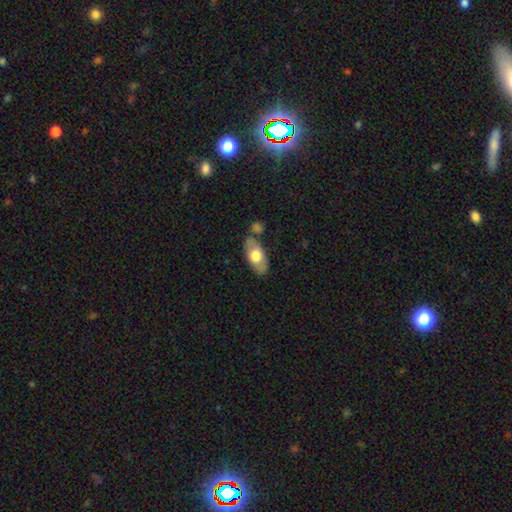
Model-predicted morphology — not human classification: This is likely a smooth galaxy (62%). How rounded: clearly in between (89%). Merging: likely none (73%).